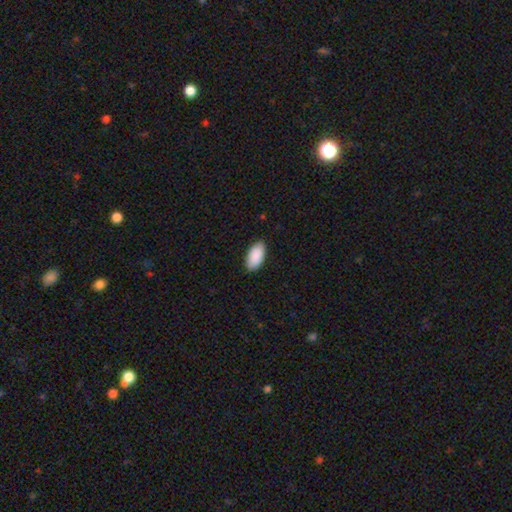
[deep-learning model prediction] Smooth or featured: smooth — 91% (star or artifact — 6%)
How rounded: in between — 96% (cigar-shaped — 2%)
Merging: none — 86% (minor disturbance — 11%)